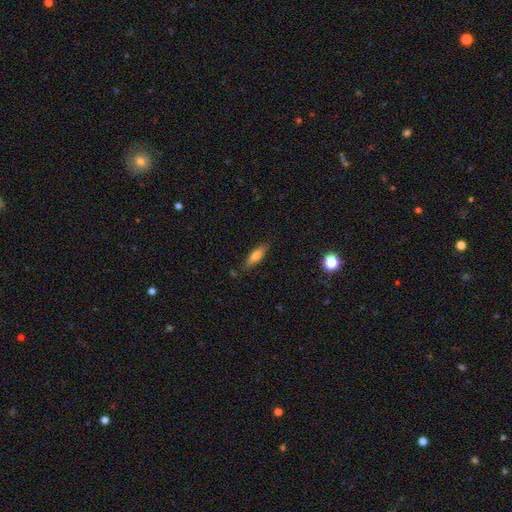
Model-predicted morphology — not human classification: smooth 71%, featured or disk 22%, star or artifact 8%. Down the decision tree: how rounded — cigar-shaped (59%); merging — none (82%).